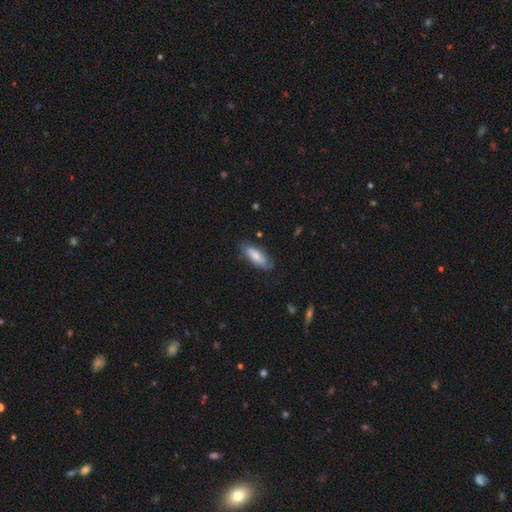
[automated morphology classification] The model was most divided on "how rounded": in between: 62%, cigar-shaped: 37%, round: 2%. More confident: smooth or featured — smooth (72%); merging — none (72%).